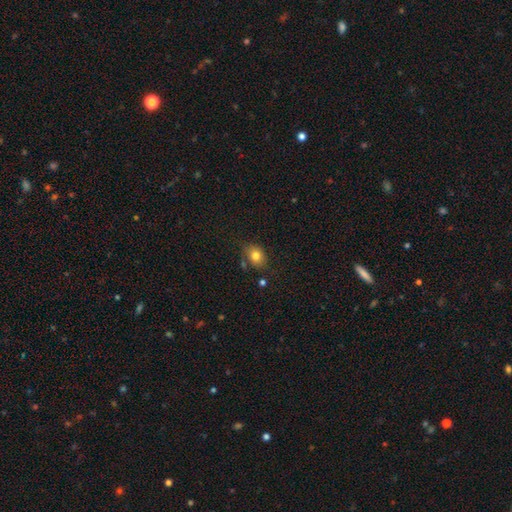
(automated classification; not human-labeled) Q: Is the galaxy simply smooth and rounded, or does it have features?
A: smooth — 80%.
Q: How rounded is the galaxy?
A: in between — 62%.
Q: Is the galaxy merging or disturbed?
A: none — 71%.